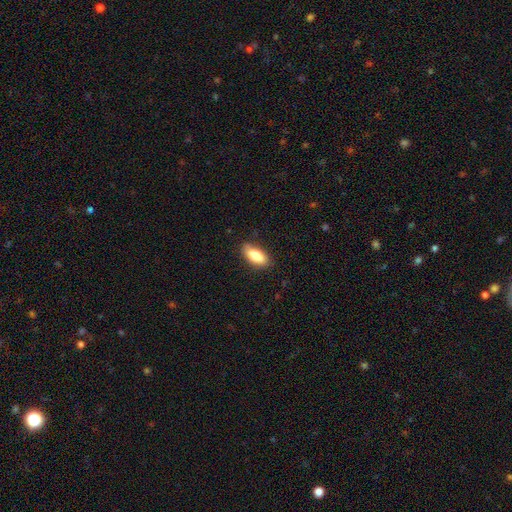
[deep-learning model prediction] smooth_or_featured: smooth (p=0.82) [alt: featured or disk p=0.11]
how_rounded: in between (p=0.86) [alt: cigar-shaped p=0.11]
merging: none (p=0.76) [alt: minor disturbance p=0.19]